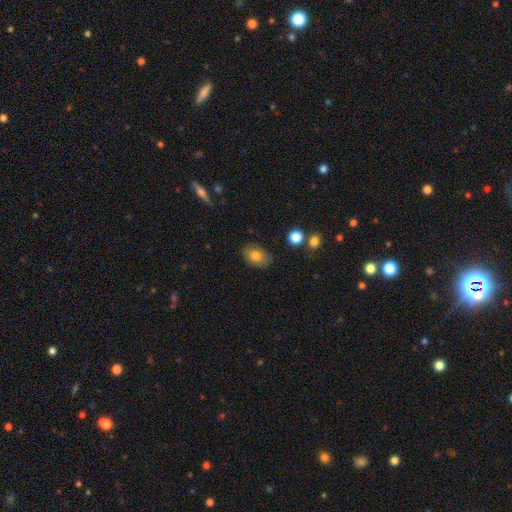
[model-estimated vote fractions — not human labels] Smooth or featured?
  - smooth: 77% *
  - featured or disk: 15%
  - star or artifact: 9%
How rounded?
  - in between: 82% *
  - round: 16%
  - cigar-shaped: 1%
Merging?
  - none: 78% *
  - minor disturbance: 16%
  - major disturbance: 4%
  - merger: 2%